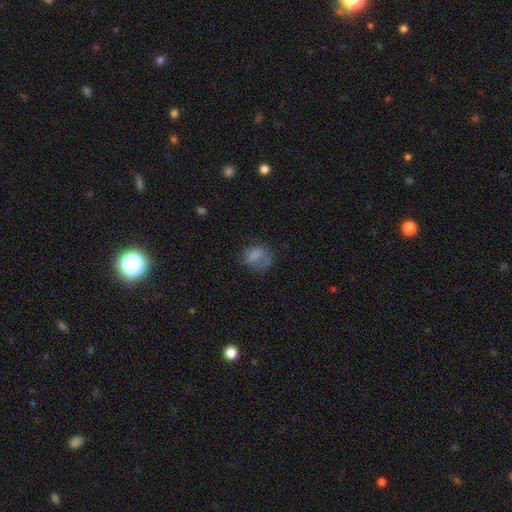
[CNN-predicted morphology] Overall: smooth (72%). How rounded: round (58%; in between 41%). Merging: none (46%; minor disturbance 26%).